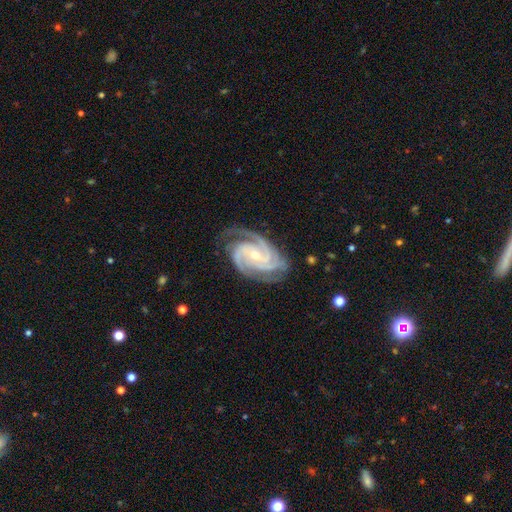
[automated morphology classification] A featured or disk galaxy (94%) with no bar (56%), 3 (53%) tight (66%) spiral arms (99%) and a small central bulge (63%). Merging: none (75%).